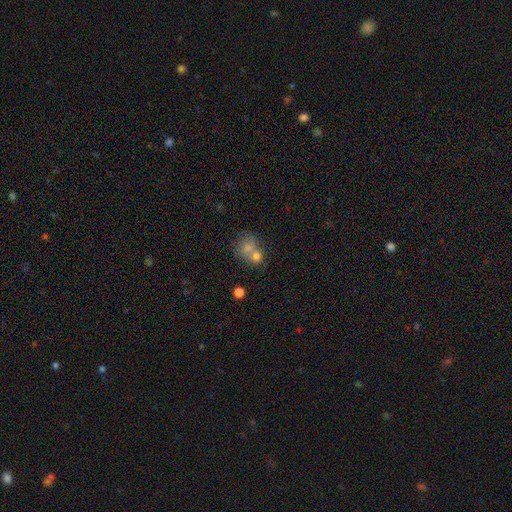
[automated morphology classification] Q: Smooth or featured?
A: smooth (73%); runner-up: featured or disk (15%)
Q: How rounded?
A: round (73%); runner-up: in between (26%)
Q: Merging?
A: merger (56%); runner-up: none (32%)